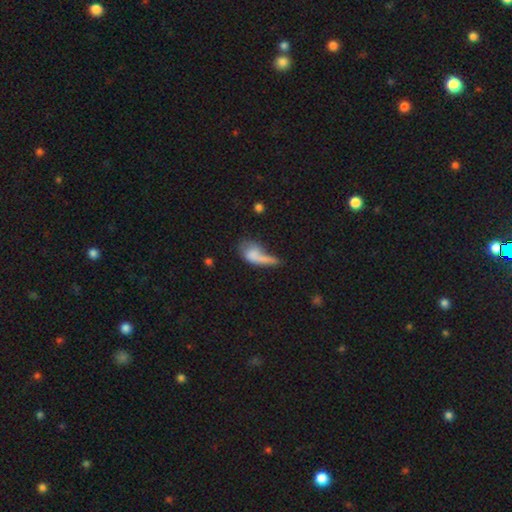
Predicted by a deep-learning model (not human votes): This appears to be a smooth galaxy with no disk features (64%) that is in between round and cigar-shaped (66%). Merging: major disturbance (37%).